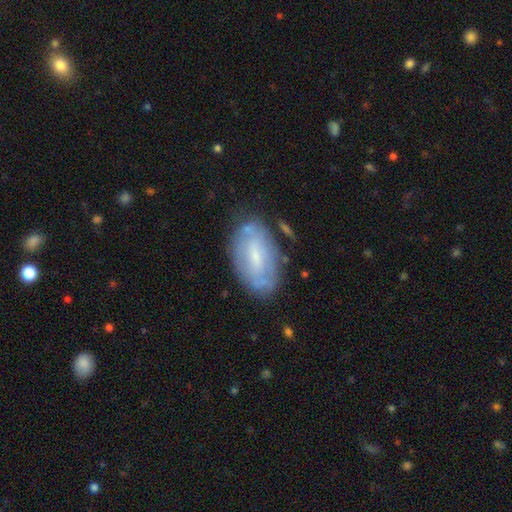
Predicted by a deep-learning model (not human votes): The model was most divided on "smooth or featured": featured or disk: 53%, smooth: 40%, star or artifact: 7%. More confident: edge-on disk — no (92%); merging — none (71%).